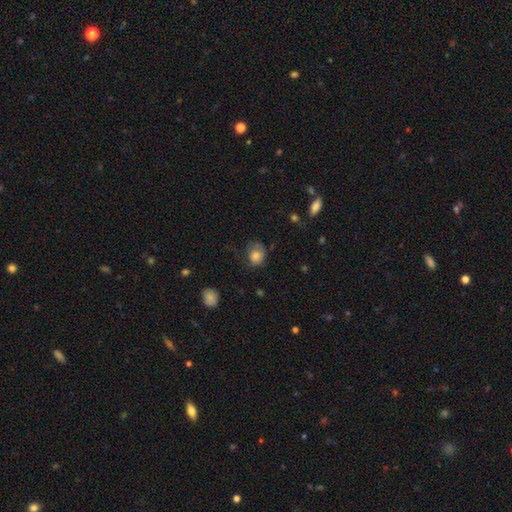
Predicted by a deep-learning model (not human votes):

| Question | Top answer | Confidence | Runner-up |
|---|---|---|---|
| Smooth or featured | smooth | 78% | featured or disk (13%) |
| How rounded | round | 60% | in between (39%) |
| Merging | none | 47% | minor disturbance (31%) |